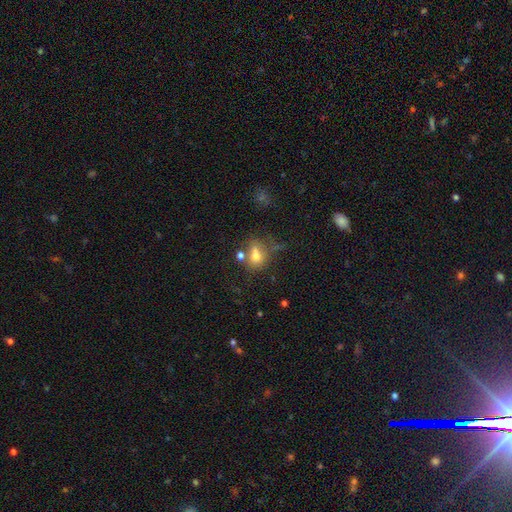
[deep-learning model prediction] The model was most divided on "how rounded": round: 55%, in between: 43%, cigar-shaped: 2%. Remaining: smooth or featured — smooth (67%); merging — none (46%).